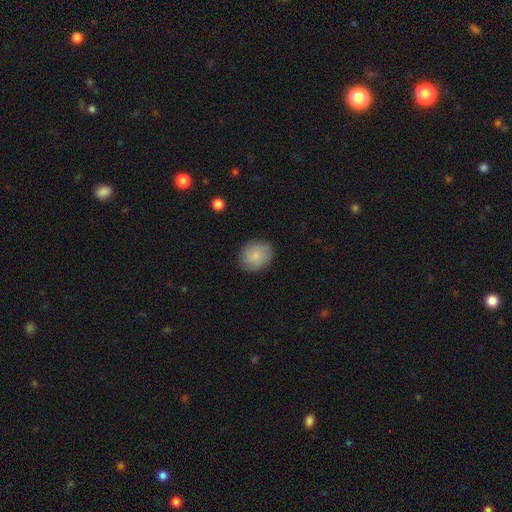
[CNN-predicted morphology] Smooth or featured? Predicted: smooth (p=0.79). How rounded? Predicted: round (p=0.66). Merging? Predicted: none (p=0.84).